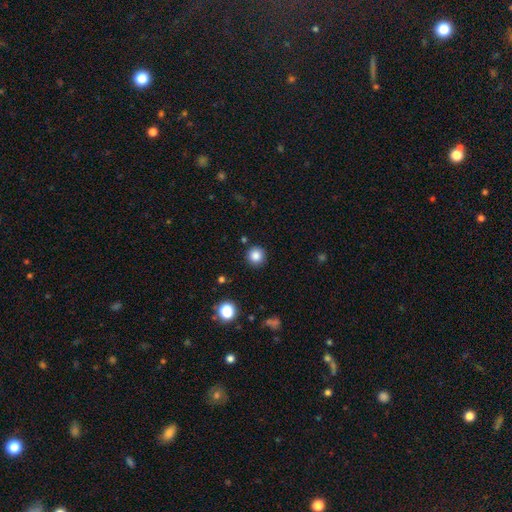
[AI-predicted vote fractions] Q: Smooth or featured?
A: smooth (85%); runner-up: star or artifact (11%)
Q: How rounded?
A: round (95%); runner-up: in between (4%)
Q: Merging?
A: none (90%); runner-up: minor disturbance (6%)